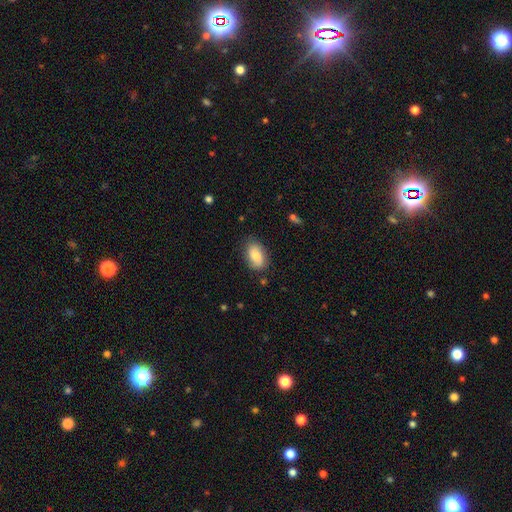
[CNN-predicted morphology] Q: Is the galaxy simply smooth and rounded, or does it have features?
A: smooth — 78%.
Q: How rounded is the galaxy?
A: in between — 89%.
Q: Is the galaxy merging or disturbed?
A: none — 76%.